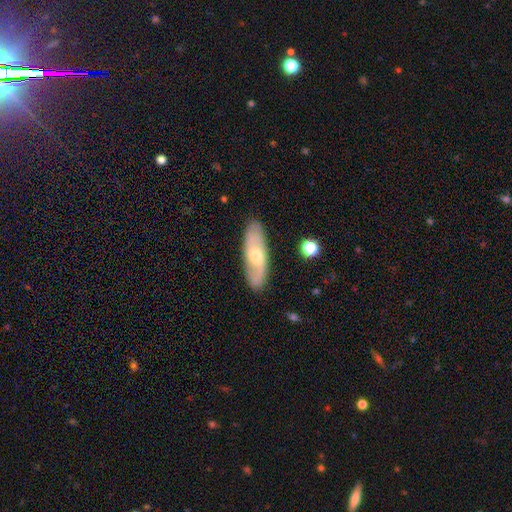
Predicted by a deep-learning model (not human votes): Q: Smooth or featured?
A: featured or disk (57%); runner-up: smooth (37%)
Q: Edge-on disk?
A: no (79%); runner-up: yes (21%)
Q: Merging?
A: none (84%); runner-up: minor disturbance (11%)